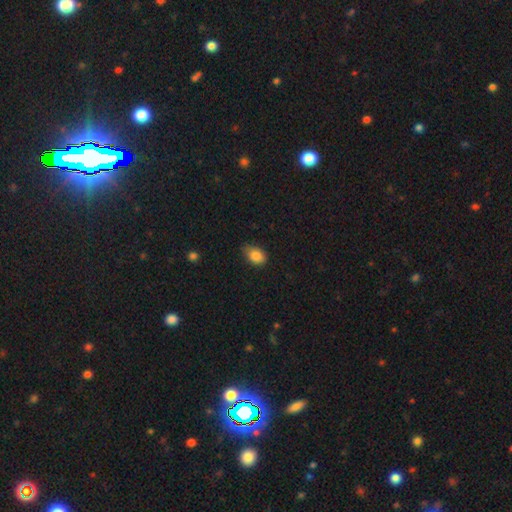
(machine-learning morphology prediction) Smooth or featured? smooth (86%)
How rounded? in between (81%)
Merging? none (68%)